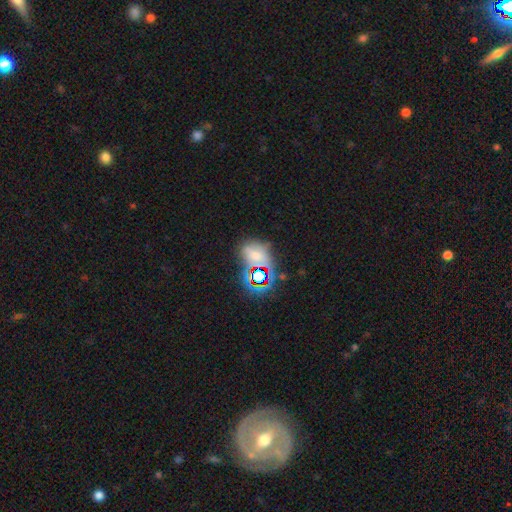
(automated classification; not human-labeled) Smooth or featured? Predicted: star or artifact (p=0.52).